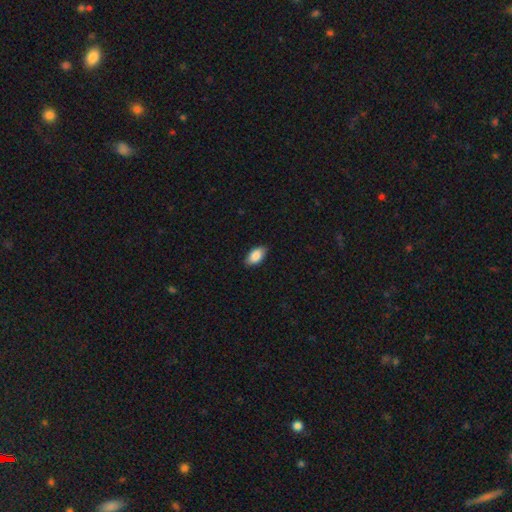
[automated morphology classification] Smooth or featured? smooth (88%)
How rounded? in between (93%)
Merging? none (85%)